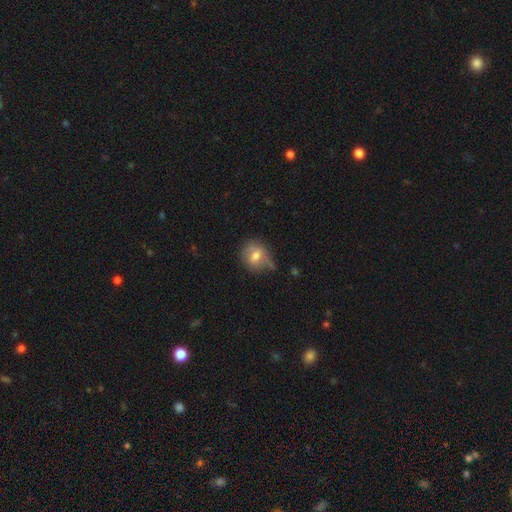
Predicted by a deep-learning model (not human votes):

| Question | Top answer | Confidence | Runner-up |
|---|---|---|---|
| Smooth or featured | smooth | 69% | featured or disk (21%) |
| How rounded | round | 73% | in between (26%) |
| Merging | none | 58% | minor disturbance (28%) |